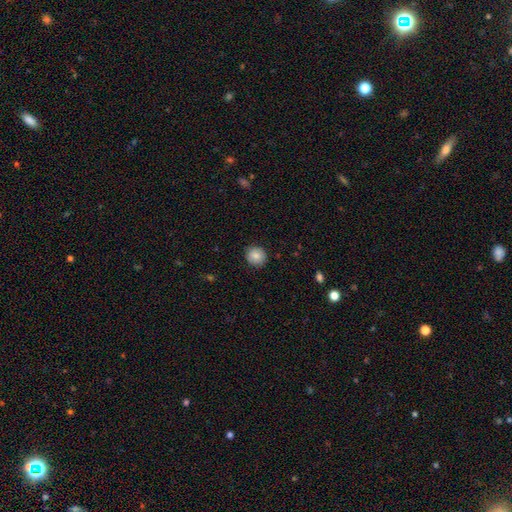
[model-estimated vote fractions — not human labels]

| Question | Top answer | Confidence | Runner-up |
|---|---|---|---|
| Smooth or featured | smooth | 82% | featured or disk (10%) |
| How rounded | round | 89% | in between (11%) |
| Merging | none | 88% | minor disturbance (9%) |